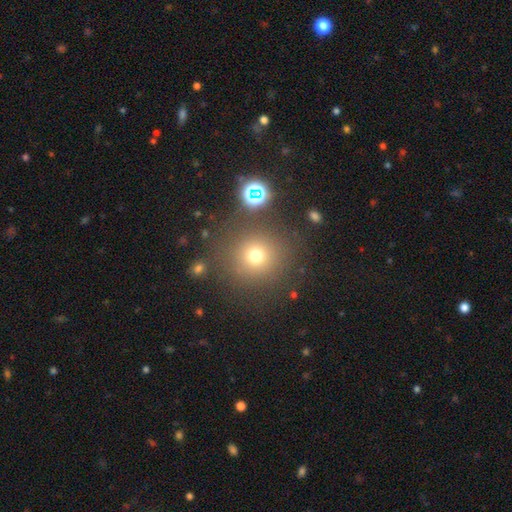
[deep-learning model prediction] Smooth or featured: smooth — 71% (star or artifact — 20%)
How rounded: round — 91% (in between — 8%)
Merging: none — 81% (minor disturbance — 9%)